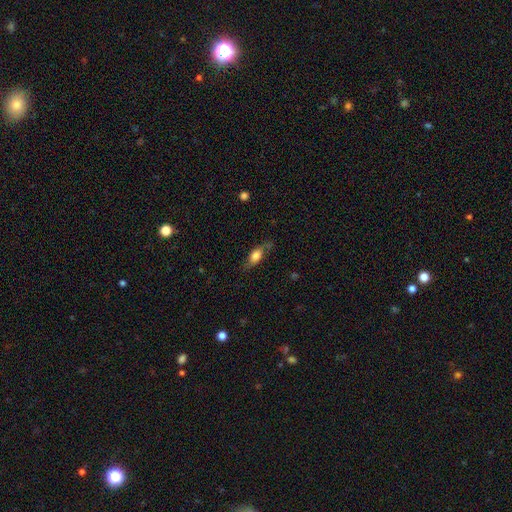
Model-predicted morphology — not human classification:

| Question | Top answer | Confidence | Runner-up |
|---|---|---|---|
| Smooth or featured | smooth | 65% | featured or disk (27%) |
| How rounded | in between | 75% | cigar-shaped (18%) |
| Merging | none | 64% | minor disturbance (24%) |